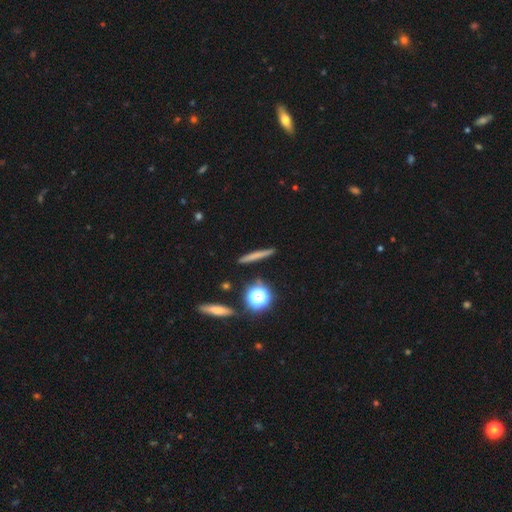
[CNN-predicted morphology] Smooth or featured: smooth — 62% (featured or disk — 25%)
How rounded: cigar-shaped — 86% (round — 9%)
Merging: none — 89% (minor disturbance — 7%)